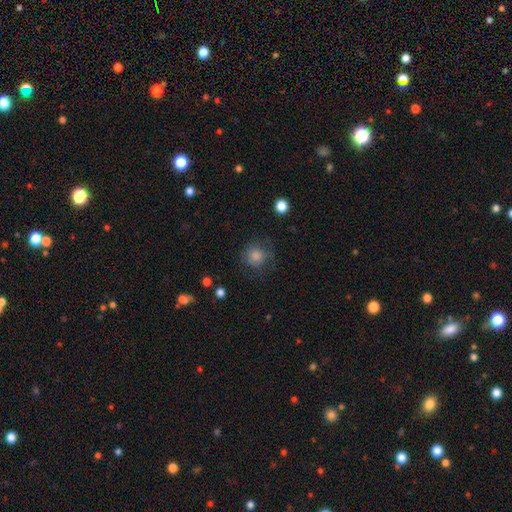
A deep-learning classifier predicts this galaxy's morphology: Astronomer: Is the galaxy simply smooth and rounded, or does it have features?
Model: smooth — 69%.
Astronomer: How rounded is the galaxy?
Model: round — 90%.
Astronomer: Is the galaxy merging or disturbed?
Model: none — 72%.